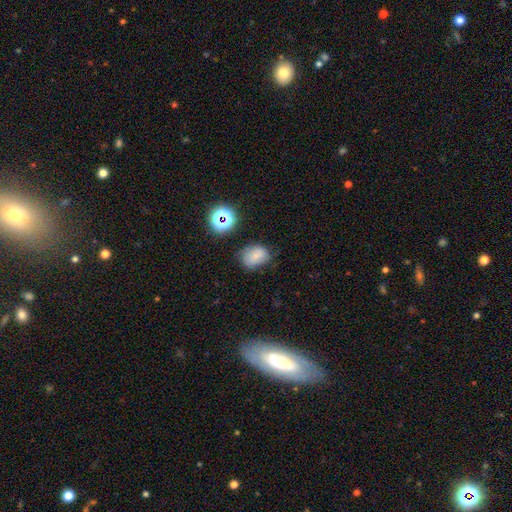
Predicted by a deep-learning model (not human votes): This is likely a smooth galaxy (71%). How rounded: likely in between (66%). Merging: possibly none (59%).